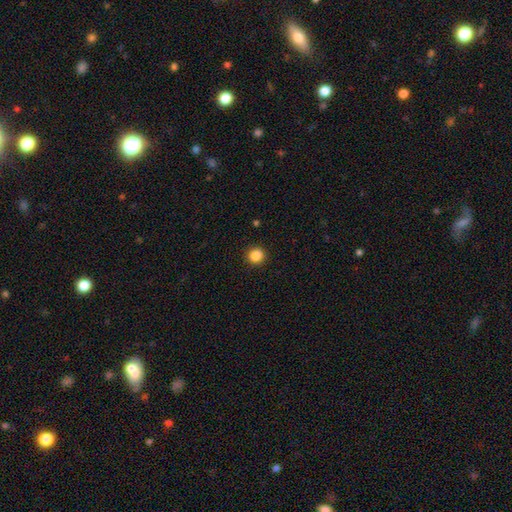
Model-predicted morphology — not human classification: Smooth or featured: smooth — 87% (star or artifact — 10%)
How rounded: round — 88% (in between — 11%)
Merging: none — 91% (minor disturbance — 6%)